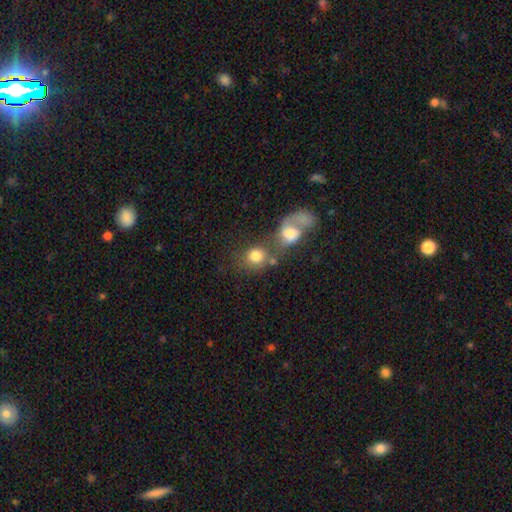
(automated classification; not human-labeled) The model was most divided on "merging": merger: 52%, none: 30%, major disturbance: 9%, minor disturbance: 9%. More confident: smooth or featured — smooth (77%); how rounded — round (67%).